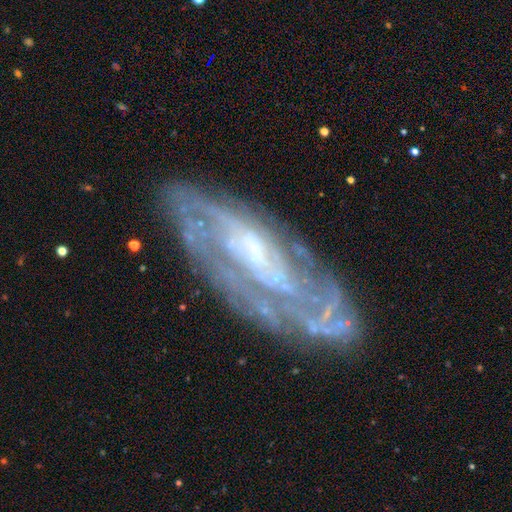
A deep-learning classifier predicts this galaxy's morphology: smooth-or-featured: featured or disk: 83% | smooth: 10% | star or artifact: 7%
  disk-edge-on: no: 84% | yes: 16%
    bar: no: 47% | weak: 39% | strong: 14%
    has-spiral-arms: yes: 89% | no: 11%
      spiral-winding: tight: 60% | medium: 30% | loose: 10%
      spiral-arm-count: can't tell: 48% | 2: 18% | 3: 12% | 4: 9% | more than 4: 7% | 1: 6%
    bulge-size: small: 47% | moderate: 33% | none: 14% | large: 5% | dominant: 1%
  merging: none: 73% | minor disturbance: 17% | major disturbance: 7% | merger: 2%